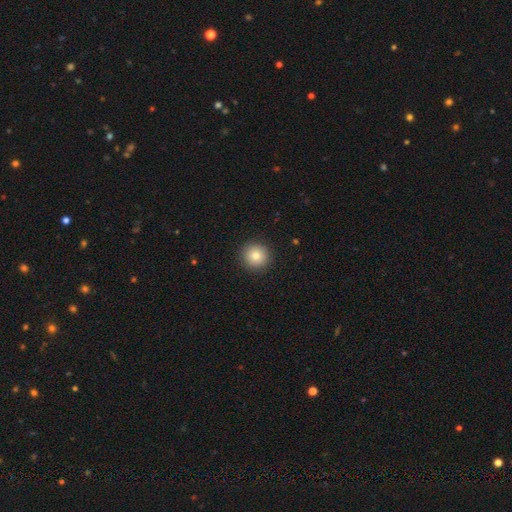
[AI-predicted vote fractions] Smooth or featured?
  - smooth: 81% *
  - star or artifact: 10%
  - featured or disk: 8%
How rounded?
  - round: 95% *
  - in between: 4%
  - cigar-shaped: 1%
Merging?
  - none: 92% *
  - minor disturbance: 5%
  - major disturbance: 2%
  - merger: 1%